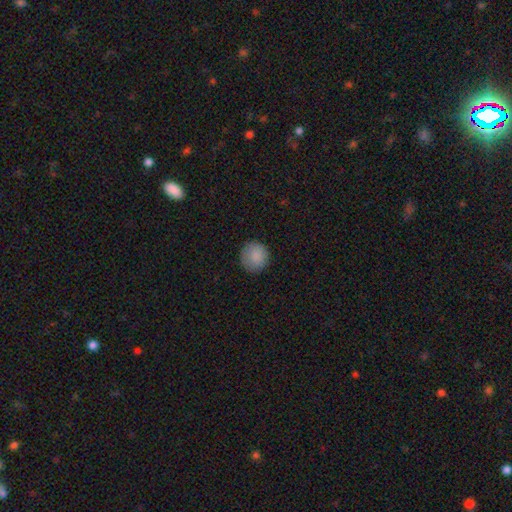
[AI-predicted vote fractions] Q: Smooth or featured?
A: smooth (88%); runner-up: star or artifact (8%)
Q: How rounded?
A: round (92%); runner-up: in between (7%)
Q: Merging?
A: none (88%); runner-up: minor disturbance (9%)